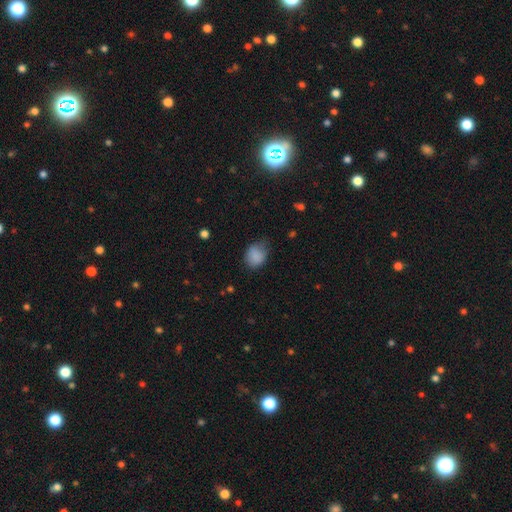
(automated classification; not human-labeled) Smooth or featured? Predicted: smooth (p=0.86). How rounded? Predicted: in between (p=0.51). Merging? Predicted: none (p=0.56).